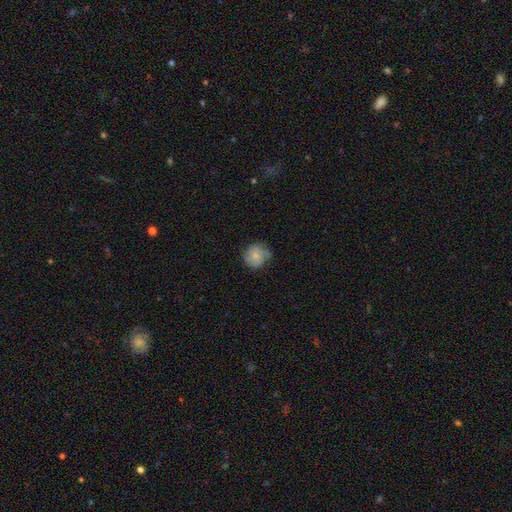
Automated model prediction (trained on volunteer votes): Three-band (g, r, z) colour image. It shows a smooth galaxy with no disk features (77%) that is round (84%). Merging: none (66%).